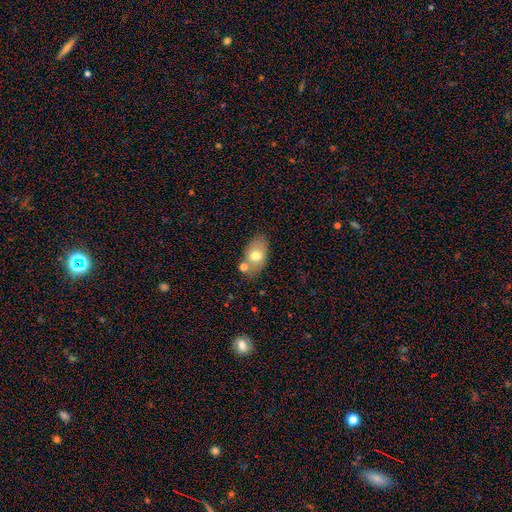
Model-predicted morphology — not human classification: smooth 69%, featured or disk 23%, star or artifact 8%. Down the decision tree: how rounded — in between (88%); merging — none (66%).